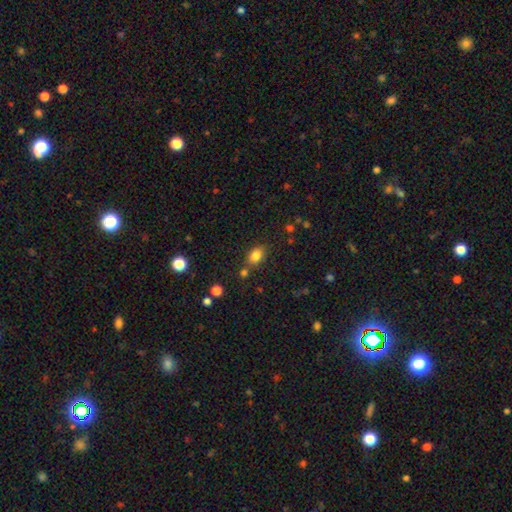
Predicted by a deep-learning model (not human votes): A smooth galaxy with no disk features (82%) that is in between round and cigar-shaped (75%).

Vote fractions:
- Smooth or featured? smooth: 82% / star or artifact: 11% / featured or disk: 7%
- How rounded? in between: 75% / round: 23% / cigar-shaped: 2%
- Merging? none: 70% / minor disturbance: 15% / merger: 11% / major disturbance: 4%